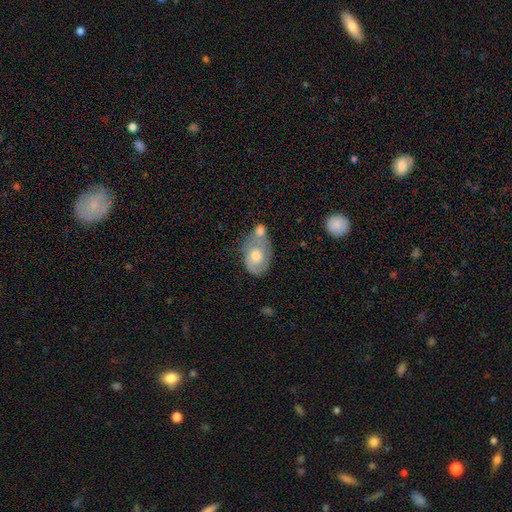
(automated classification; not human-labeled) smooth_or_featured: featured or disk (p=0.61) [alt: smooth p=0.32]
disk_edge_on: no (p=0.96) [alt: yes p=0.04]
bar: no (p=0.80) [alt: weak p=0.17]
has_spiral_arms: yes (p=0.77) [alt: no p=0.23]
bulge_size: moderate (p=0.69) [alt: small p=0.22]
merging: merger (p=0.38) [alt: none p=0.35]